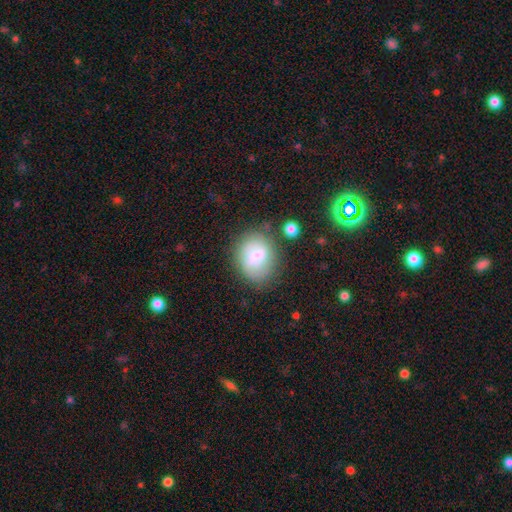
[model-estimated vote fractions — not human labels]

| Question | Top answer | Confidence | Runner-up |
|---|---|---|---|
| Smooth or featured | smooth | 53% | featured or disk (38%) |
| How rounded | round | 64% | in between (35%) |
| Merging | none | 67% | minor disturbance (19%) |